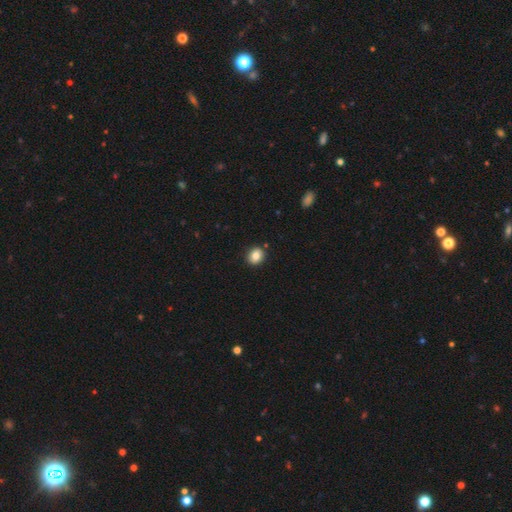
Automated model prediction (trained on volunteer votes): smooth-or-featured: smooth: 84% | star or artifact: 9% | featured or disk: 7%
  how-rounded: round: 66% | in between: 33% | cigar-shaped: 1%
  merging: none: 89% | minor disturbance: 7% | merger: 2% | major disturbance: 2%